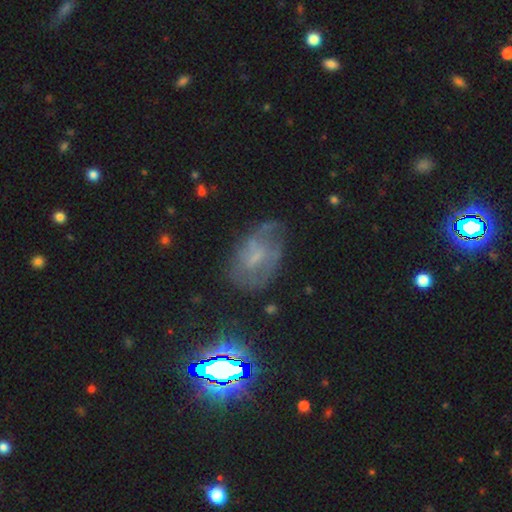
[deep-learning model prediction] The model was most divided on "smooth or featured": featured or disk: 52%, smooth: 30%, star or artifact: 18%. More confident: edge-on disk — no (96%); merging — none (50%).